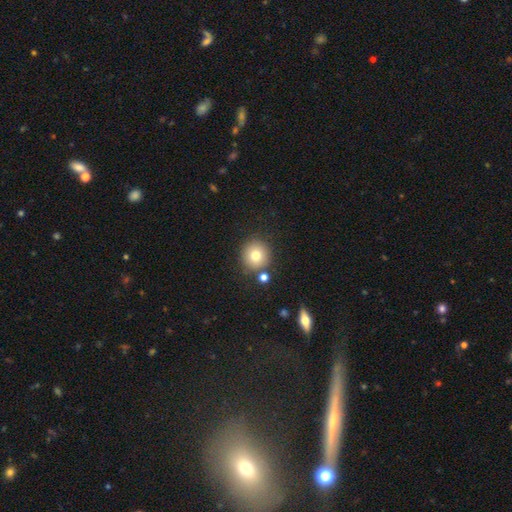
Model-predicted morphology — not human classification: type=smooth (77%); roundness=round (92%); merging=none (82%).